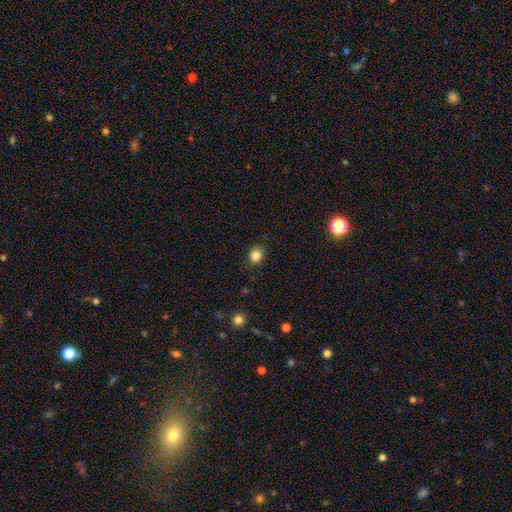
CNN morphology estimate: Smooth or featured?
  - smooth: 85% *
  - star or artifact: 11%
  - featured or disk: 4%
How rounded?
  - round: 75% *
  - in between: 24%
  - cigar-shaped: 1%
Merging?
  - none: 86% *
  - minor disturbance: 11%
  - major disturbance: 3%
  - merger: 1%